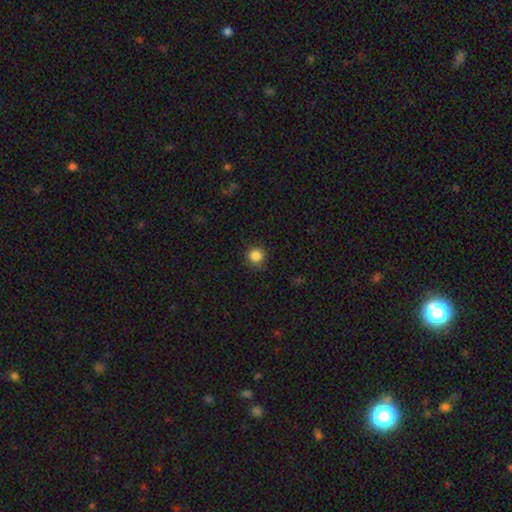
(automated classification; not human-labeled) Q: Smooth or featured?
A: smooth (85%); runner-up: star or artifact (11%)
Q: How rounded?
A: round (95%); runner-up: in between (4%)
Q: Merging?
A: none (90%); runner-up: minor disturbance (7%)